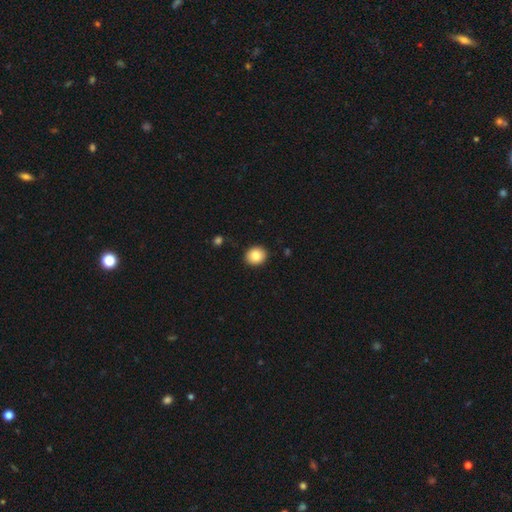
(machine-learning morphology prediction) Q: Smooth or featured?
A: smooth (85%); runner-up: star or artifact (9%)
Q: How rounded?
A: round (73%); runner-up: in between (26%)
Q: Merging?
A: none (91%); runner-up: minor disturbance (6%)